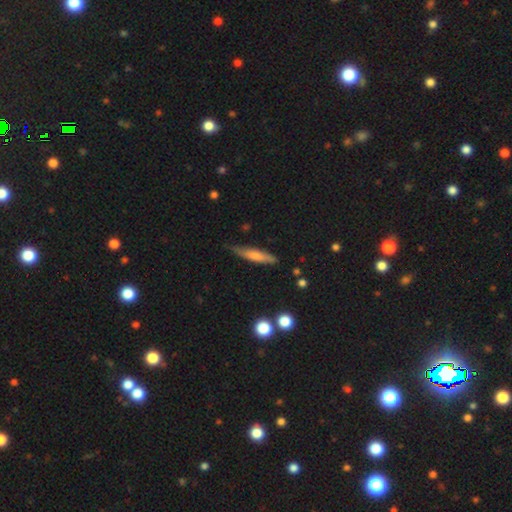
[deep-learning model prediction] Q: Smooth or featured?
A: smooth (66%); runner-up: featured or disk (28%)
Q: How rounded?
A: cigar-shaped (84%); runner-up: in between (14%)
Q: Merging?
A: none (73%); runner-up: minor disturbance (21%)